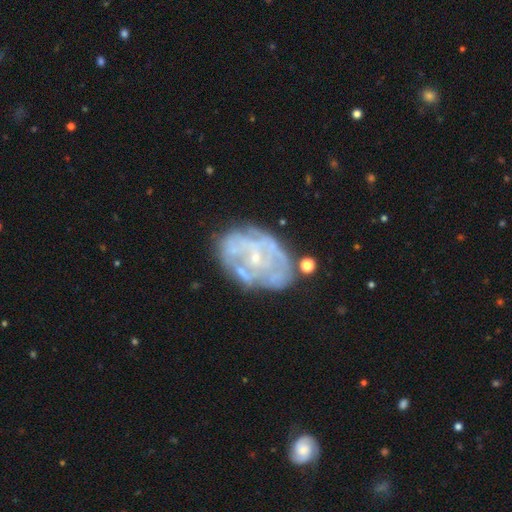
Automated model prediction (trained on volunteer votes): smooth_or_featured: featured or disk (p=0.73) [alt: smooth p=0.18]
disk_edge_on: no (p=0.97) [alt: yes p=0.03]
bar: no (p=0.74) [alt: weak p=0.20]
has_spiral_arms: no (p=0.54) [alt: yes p=0.46]
bulge_size: small (p=0.77) [alt: moderate p=0.15]
merging: none (p=0.55) [alt: minor disturbance p=0.22]